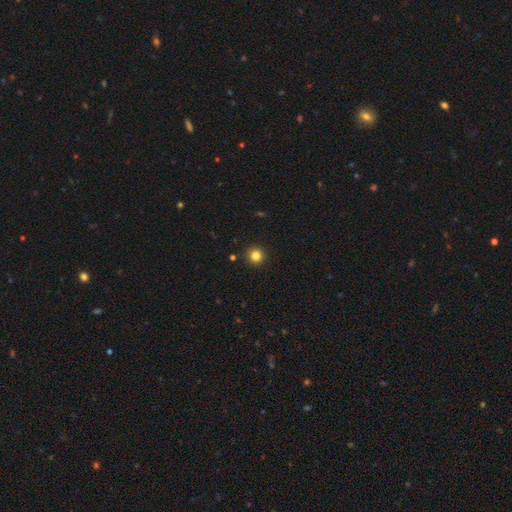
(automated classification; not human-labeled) This appears to be a smooth galaxy with no disk features (83%) that is round (95%). Merging: none (93%).